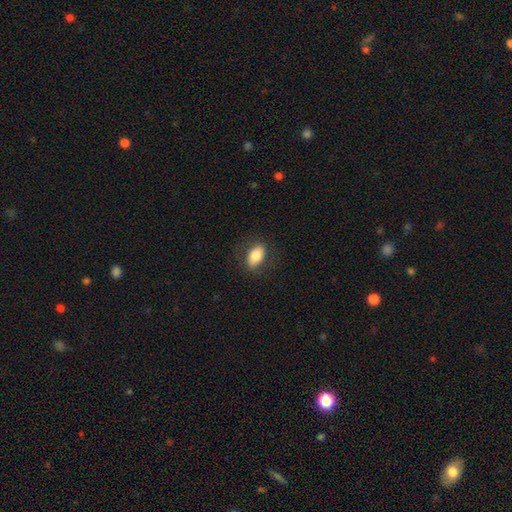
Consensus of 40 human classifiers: A smooth galaxy with no disk features (72%) that is in between round and cigar-shaped (93%). Merging: none (78%).